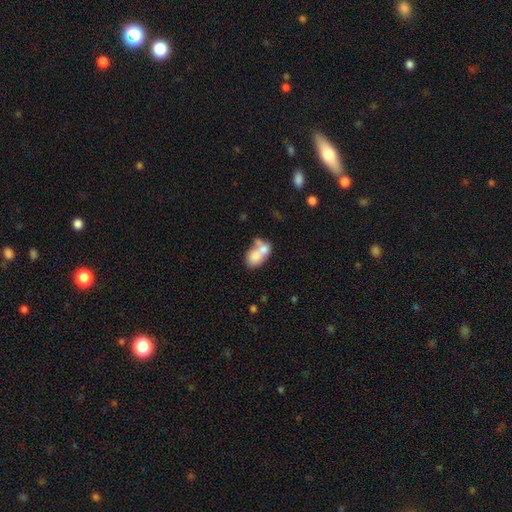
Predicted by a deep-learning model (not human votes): Q: Smooth or featured?
A: smooth (71%); runner-up: featured or disk (22%)
Q: How rounded?
A: in between (79%); runner-up: round (19%)
Q: Merging?
A: merger (66%); runner-up: none (18%)